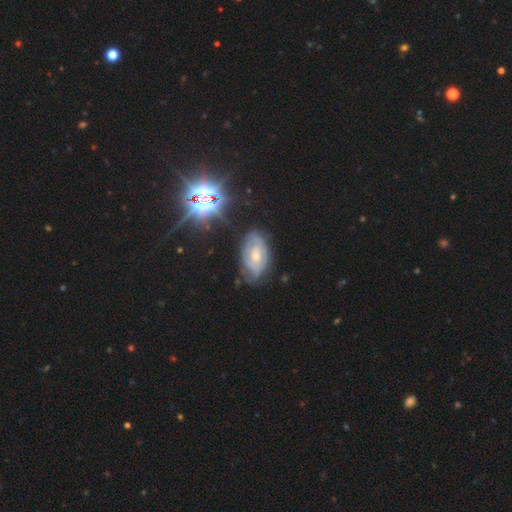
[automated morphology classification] This appears to be a featured or disk galaxy (67%) with no bar (64%), tight (64%) spiral arms (80%) and a small central bulge (52%). Merging: none (66%).